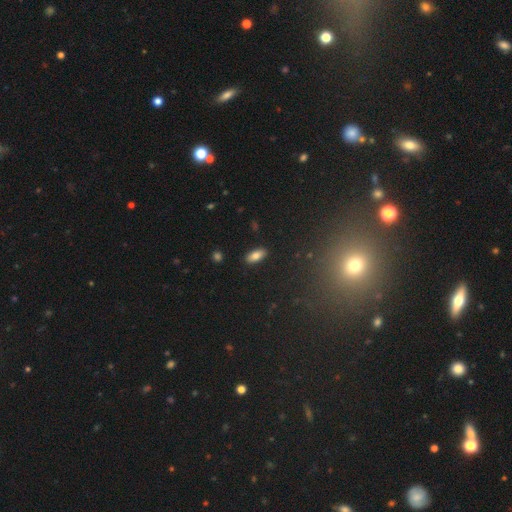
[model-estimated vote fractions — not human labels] A smooth galaxy with no disk features (81%) that is in between round and cigar-shaped (89%). Merging: none (89%).